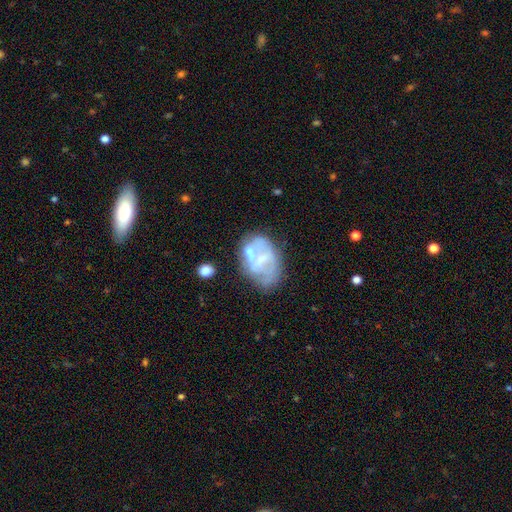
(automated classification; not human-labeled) smooth_or_featured: featured or disk (p=0.60) [alt: smooth p=0.30]
disk_edge_on: no (p=0.97) [alt: yes p=0.03]
bar: no (p=0.52) [alt: weak p=0.32]
has_spiral_arms: no (p=0.70) [alt: yes p=0.30]
bulge_size: none (p=0.37) [alt: small p=0.35]
merging: none (p=0.38) [alt: minor disturbance p=0.24]